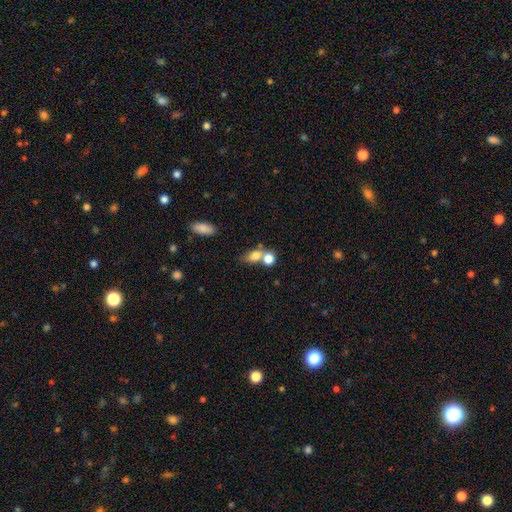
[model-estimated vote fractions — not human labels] This appears to be a smooth galaxy with no disk features (78%) that is in between round and cigar-shaped (61%). Merging: merger (51%).